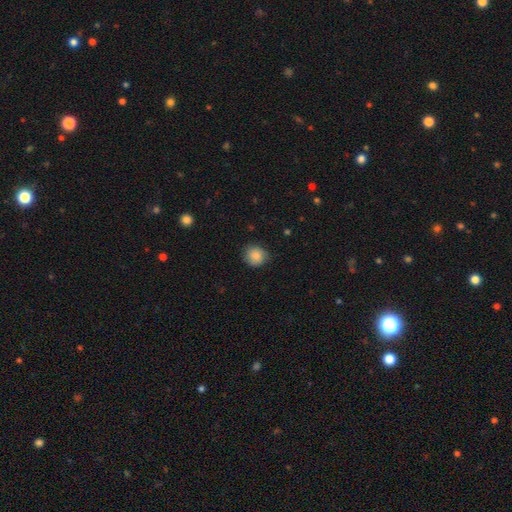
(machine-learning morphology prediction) This appears to be a smooth galaxy with no disk features (86%) that is round (83%). Merging: none (81%).